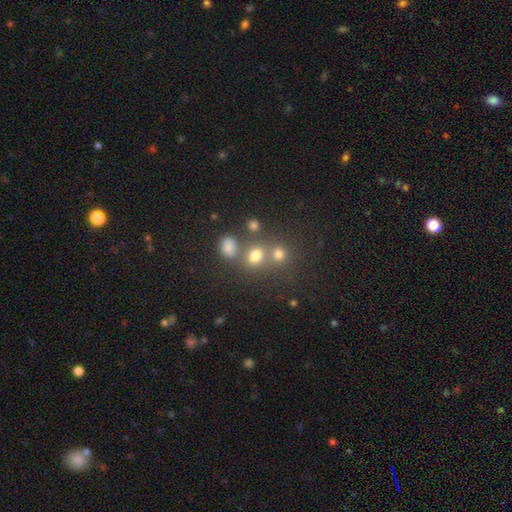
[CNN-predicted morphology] This appears to be a smooth galaxy with no disk features (71%) that is round (59%). Merging: none (52%).